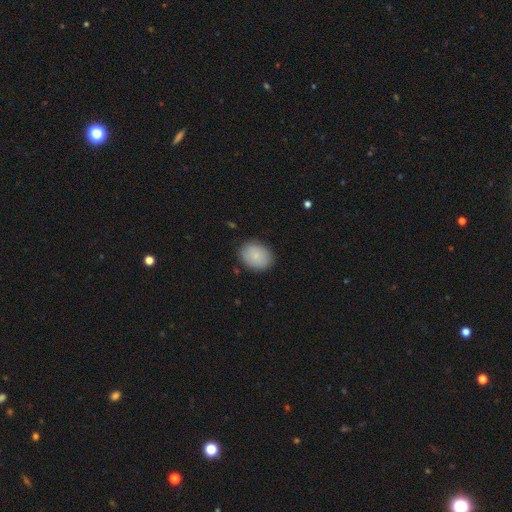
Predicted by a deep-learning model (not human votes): This is clearly a smooth galaxy (84%). How rounded: likely in between (60%). Merging: clearly none (84%).